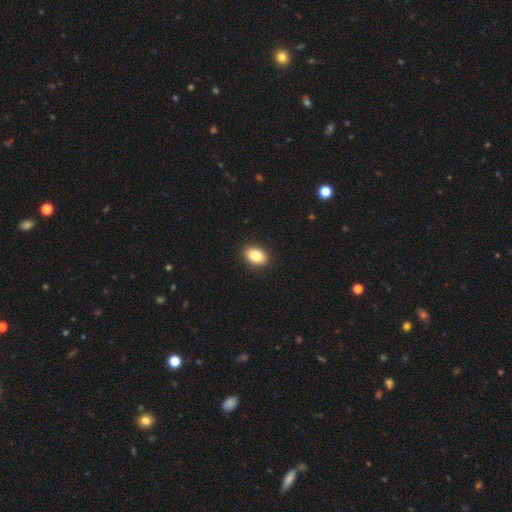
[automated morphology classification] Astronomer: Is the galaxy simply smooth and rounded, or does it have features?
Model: smooth — 85%.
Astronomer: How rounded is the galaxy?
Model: in between — 82%.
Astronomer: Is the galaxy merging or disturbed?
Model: none — 91%.